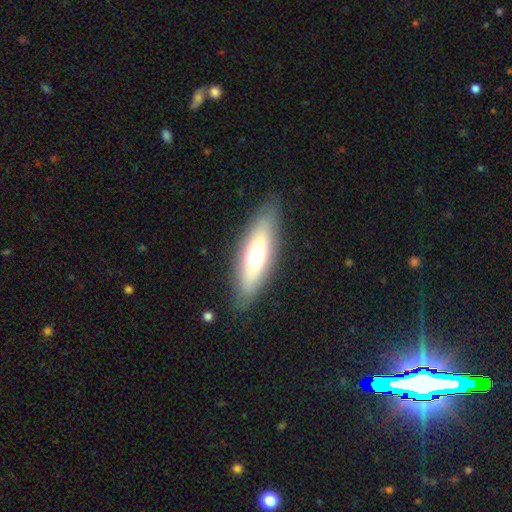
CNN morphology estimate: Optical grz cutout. It shows a smooth galaxy with no disk features (57%) that is in between round and cigar-shaped (54%). Merging: none (84%).